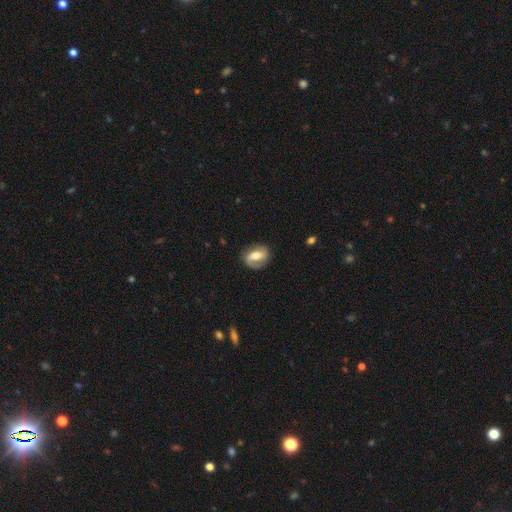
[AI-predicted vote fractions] smooth-or-featured: featured or disk: 63% | smooth: 31% | star or artifact: 7%
  disk-edge-on: no: 95% | yes: 5%
    bar: weak: 40% | strong: 34% | no: 26%
    has-spiral-arms: yes: 82% | no: 18%
    bulge-size: moderate: 64% | small: 19% | large: 13% | none: 2% | dominant: 2%
  merging: none: 74% | minor disturbance: 17% | major disturbance: 7% | merger: 2%